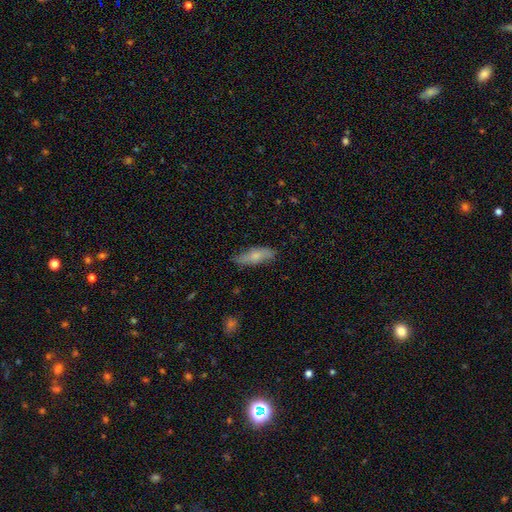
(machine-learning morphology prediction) Smooth or featured? smooth (68%)
How rounded? in between (49%)
Merging? none (78%)